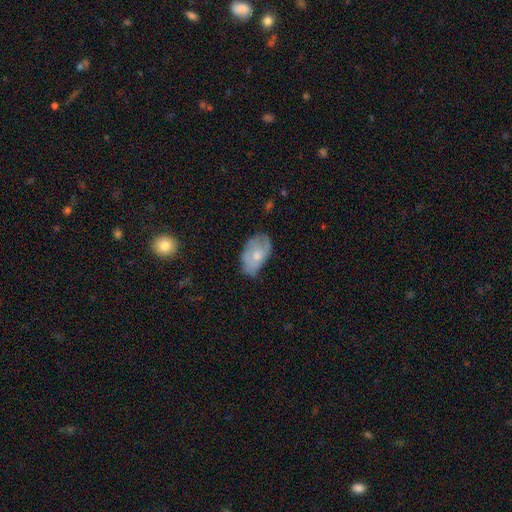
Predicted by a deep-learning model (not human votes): smooth 54%, featured or disk 39%, star or artifact 7%. Down the decision tree: how rounded — in between (92%); merging — none (55%).